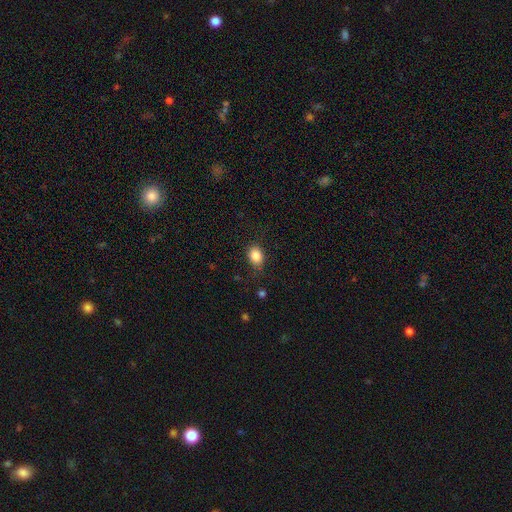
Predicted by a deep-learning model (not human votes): Smooth or featured? Predicted: smooth (p=0.85). How rounded? Predicted: in between (p=0.60). Merging? Predicted: none (p=0.81).